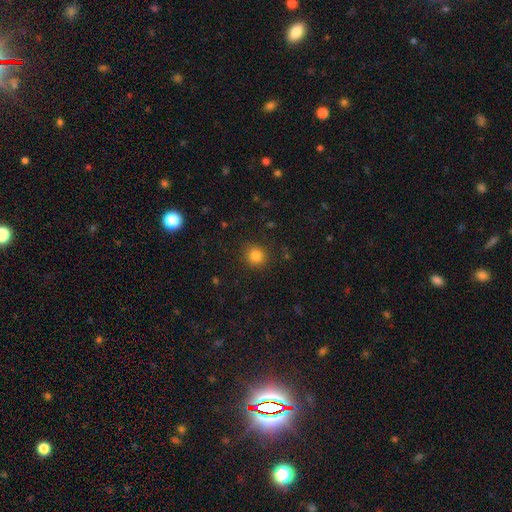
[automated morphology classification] Smooth or featured? smooth (83%)
How rounded? round (89%)
Merging? none (88%)